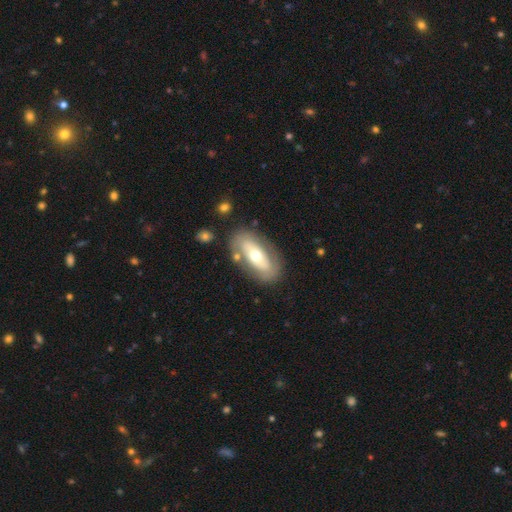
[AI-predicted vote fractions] Smooth or featured? Predicted: featured or disk (p=0.49). Merging? Predicted: none (p=0.78).